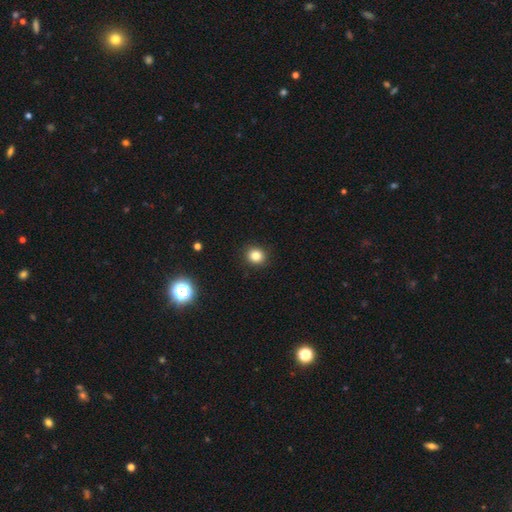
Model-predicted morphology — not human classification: This is clearly a smooth galaxy (83%). How rounded: clearly round (81%). Merging: clearly none (92%).